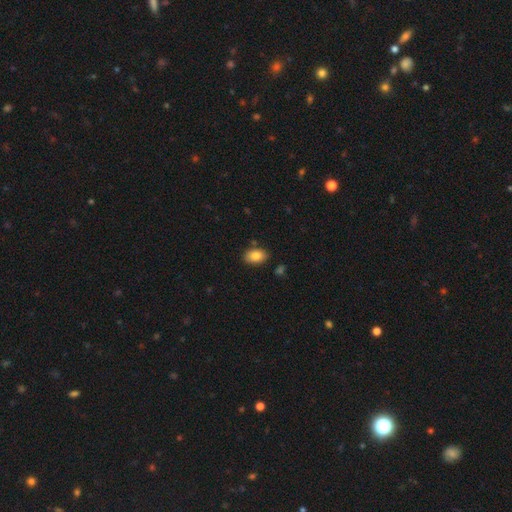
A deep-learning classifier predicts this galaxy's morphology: This is clearly a smooth galaxy (85%). How rounded: clearly in between (88%). Merging: clearly none (83%).